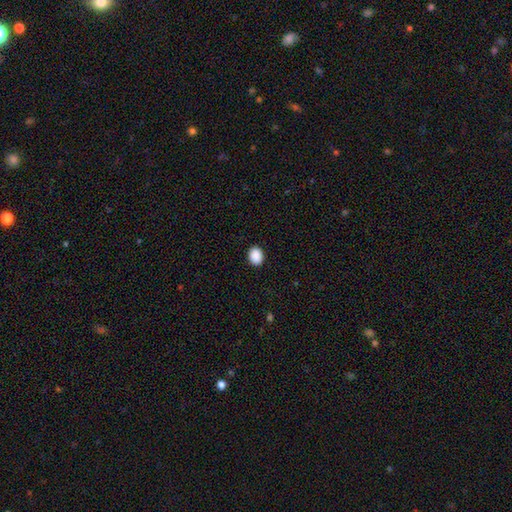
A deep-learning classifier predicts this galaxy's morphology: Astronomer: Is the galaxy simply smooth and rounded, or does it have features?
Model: smooth — 90%.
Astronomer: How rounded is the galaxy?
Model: in between — 56% (runner-up: round, 43%).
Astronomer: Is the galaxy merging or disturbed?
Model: none — 91%.